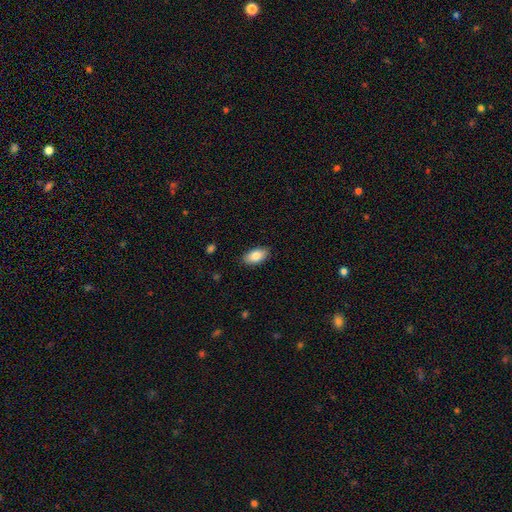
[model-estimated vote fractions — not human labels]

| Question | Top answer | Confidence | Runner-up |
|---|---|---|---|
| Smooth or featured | smooth | 84% | featured or disk (10%) |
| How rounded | in between | 93% | round (4%) |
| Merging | none | 88% | minor disturbance (9%) |